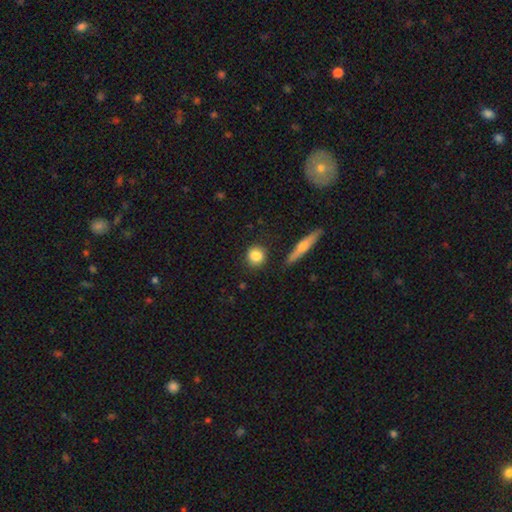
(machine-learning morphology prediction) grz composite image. It shows a smooth galaxy with no disk features (84%) that is round (82%). Merging: none (83%).